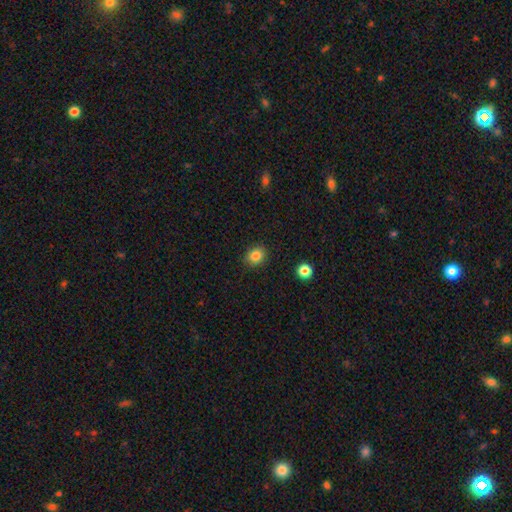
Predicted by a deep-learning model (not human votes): Overall: smooth (84%). How rounded: round (67%; in between 32%). Merging: none (88%).